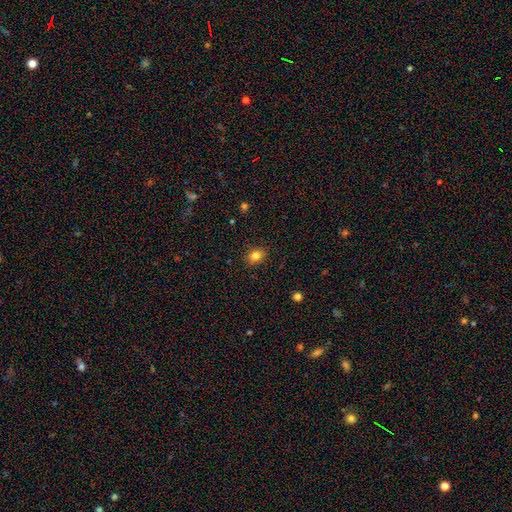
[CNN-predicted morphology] A smooth galaxy with no disk features (83%) that is in between round and cigar-shaped (60%). Merging: none (86%).